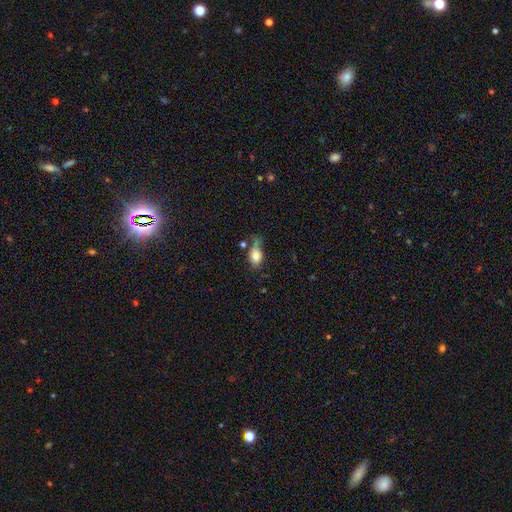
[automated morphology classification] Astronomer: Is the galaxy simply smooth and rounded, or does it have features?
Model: smooth — 77%.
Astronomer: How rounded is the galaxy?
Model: in between — 77%.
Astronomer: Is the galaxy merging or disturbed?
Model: none — 35% (runner-up: minor disturbance, 32%).